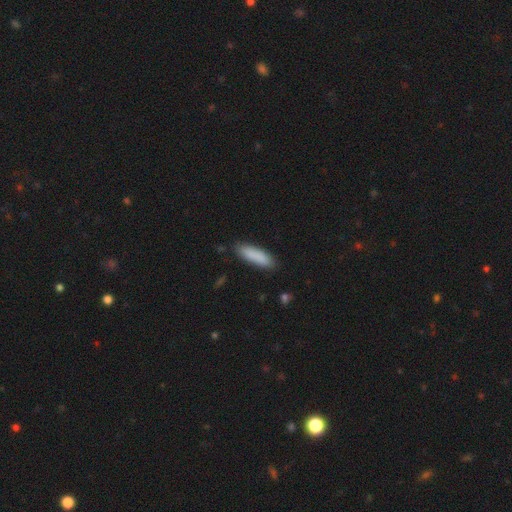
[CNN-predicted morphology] Q: Smooth or featured?
A: smooth (88%); runner-up: featured or disk (6%)
Q: How rounded?
A: cigar-shaped (58%); runner-up: in between (41%)
Q: Merging?
A: none (85%); runner-up: minor disturbance (12%)